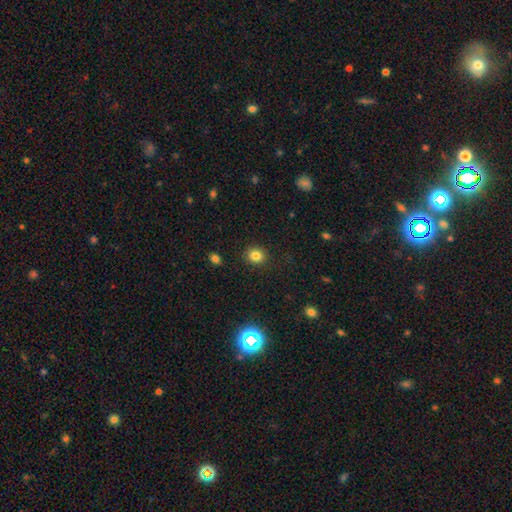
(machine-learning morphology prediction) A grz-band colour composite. It shows a smooth galaxy with no disk features (82%) that is round (83%). Merging: none (89%).